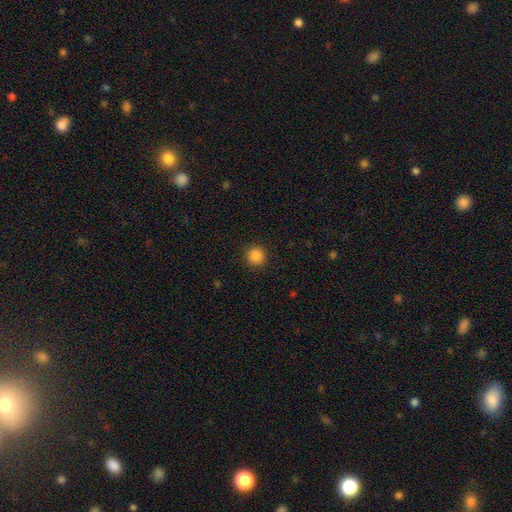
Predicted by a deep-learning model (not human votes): smooth_or_featured: smooth (p=0.87) [alt: star or artifact p=0.10]
how_rounded: round (p=0.94) [alt: in between p=0.05]
merging: none (p=0.92) [alt: minor disturbance p=0.05]